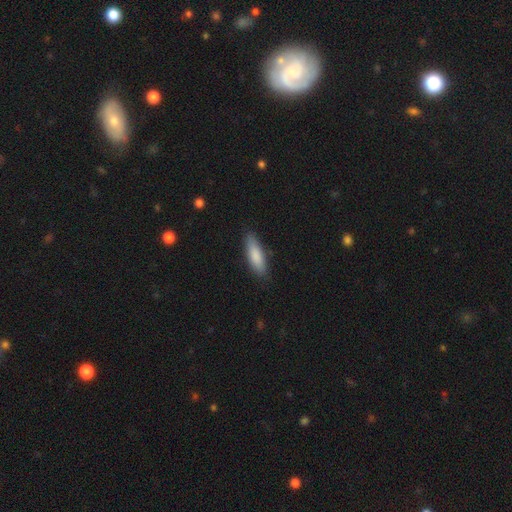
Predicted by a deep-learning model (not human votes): This appears to be a smooth galaxy with no disk features (85%) that is cigar-shaped (51%). Merging: none (83%).